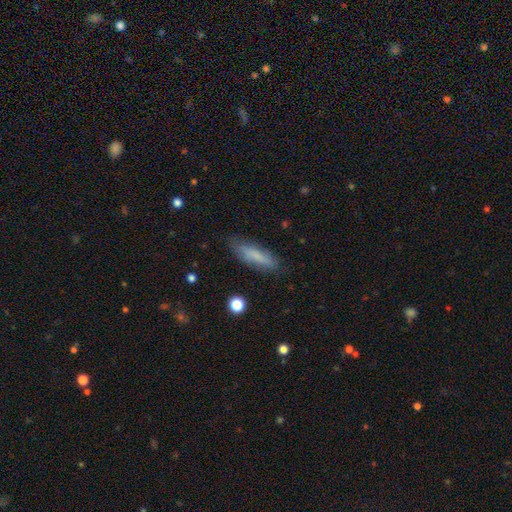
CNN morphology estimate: A smooth galaxy with no disk features (76%) that is cigar-shaped (68%).

Vote fractions:
- Smooth or featured? smooth: 76% / featured or disk: 16% / star or artifact: 8%
- How rounded? cigar-shaped: 68% / in between: 30% / round: 2%
- Merging? none: 79% / minor disturbance: 16% / major disturbance: 4% / merger: 2%